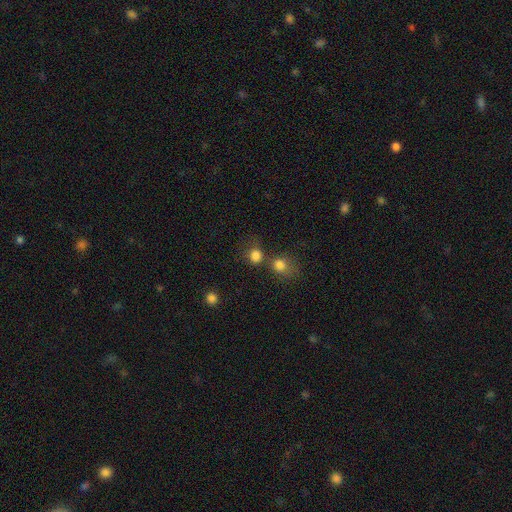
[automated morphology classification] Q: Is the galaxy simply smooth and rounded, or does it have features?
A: smooth — 81%.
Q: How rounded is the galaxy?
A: round — 82%.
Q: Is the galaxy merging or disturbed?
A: none — 54%.